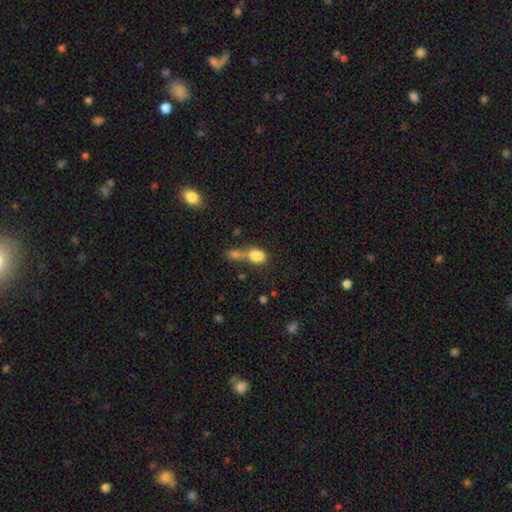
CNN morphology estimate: smooth_or_featured: smooth (p=0.80) [alt: featured or disk p=0.11]
how_rounded: in between (p=0.76) [alt: round p=0.20]
merging: merger (p=0.61) [alt: none p=0.22]